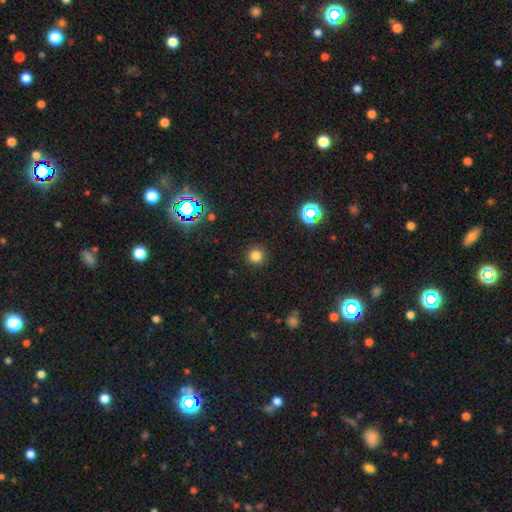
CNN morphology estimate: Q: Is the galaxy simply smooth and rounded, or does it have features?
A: smooth — 78%.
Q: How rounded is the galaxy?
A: round — 95%.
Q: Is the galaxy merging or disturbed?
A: none — 91%.